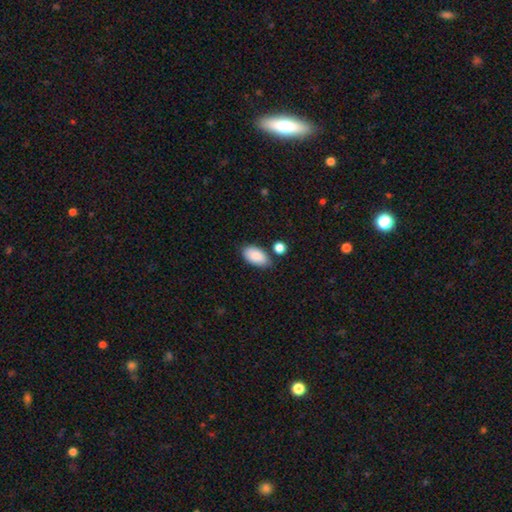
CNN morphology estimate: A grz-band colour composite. It shows a smooth galaxy with no disk features (87%) that is in between round and cigar-shaped (94%). Merging: none (70%).